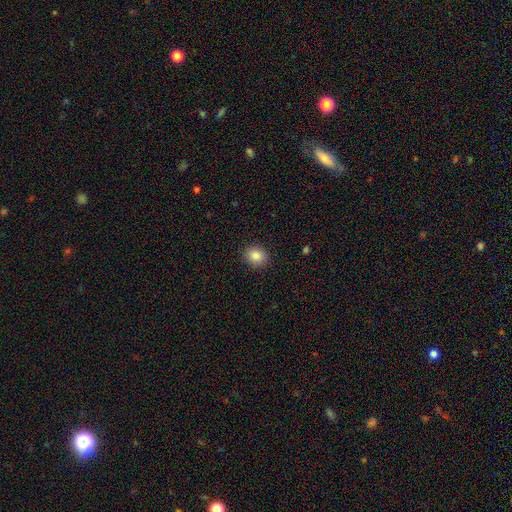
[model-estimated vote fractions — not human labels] Smooth or featured? Predicted: smooth (p=0.85). How rounded? Predicted: round (p=0.67). Merging? Predicted: none (p=0.90).